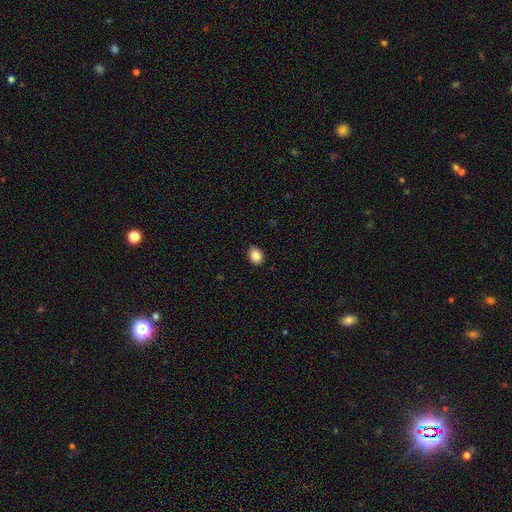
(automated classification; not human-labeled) Q: Smooth or featured?
A: smooth (87%); runner-up: star or artifact (9%)
Q: How rounded?
A: in between (59%); runner-up: round (40%)
Q: Merging?
A: none (88%); runner-up: minor disturbance (10%)